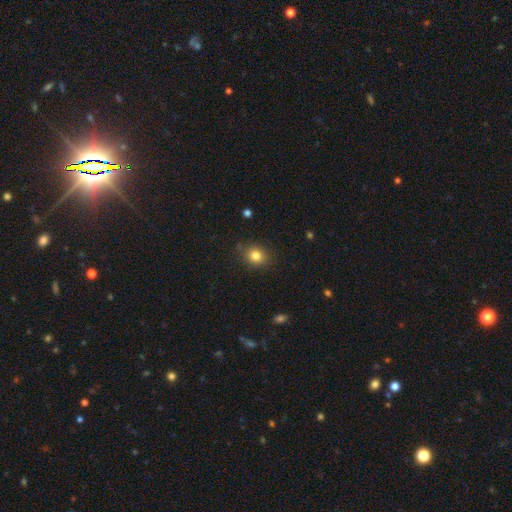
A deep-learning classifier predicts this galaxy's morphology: Smooth or featured?
  - smooth: 83% *
  - star or artifact: 11%
  - featured or disk: 6%
How rounded?
  - round: 71% *
  - in between: 28%
  - cigar-shaped: 1%
Merging?
  - none: 84% *
  - minor disturbance: 11%
  - major disturbance: 3%
  - merger: 2%